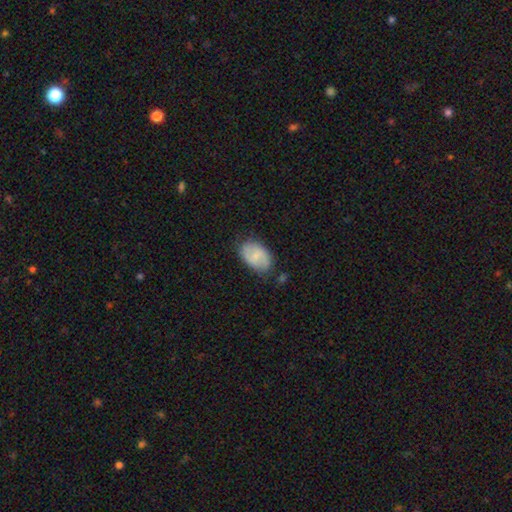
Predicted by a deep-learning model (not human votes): Smooth or featured: smooth — 52% (featured or disk — 41%)
How rounded: in between — 90% (round — 9%)
Merging: none — 73% (minor disturbance — 20%)